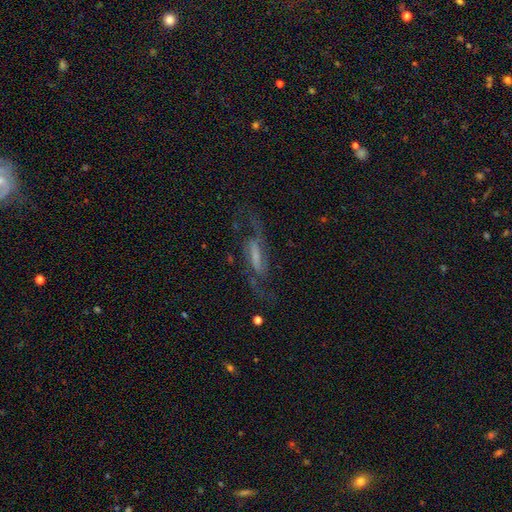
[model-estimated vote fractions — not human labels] featured or disk 82%, smooth 10%, star or artifact 8%. Down the decision tree: edge-on disk — no (88%); bar — strong (43%); spiral arms — yes (95%); spiral arm count — 2 (91%); spiral winding — loose (57%); bulge size — none (36%); merging — none (66%).